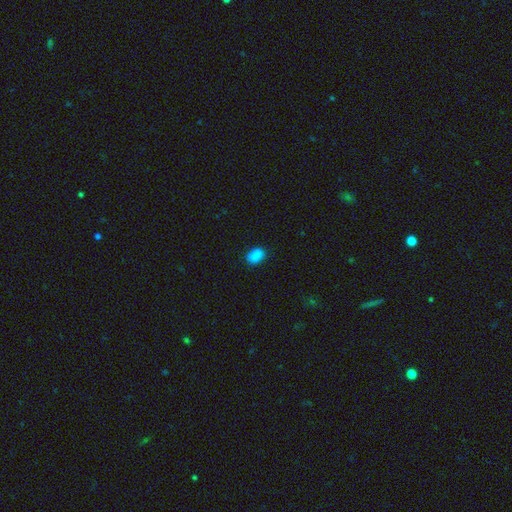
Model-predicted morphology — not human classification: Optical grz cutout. It shows a smooth galaxy with no disk features (87%) that is in between round and cigar-shaped (81%). Merging: none (82%).